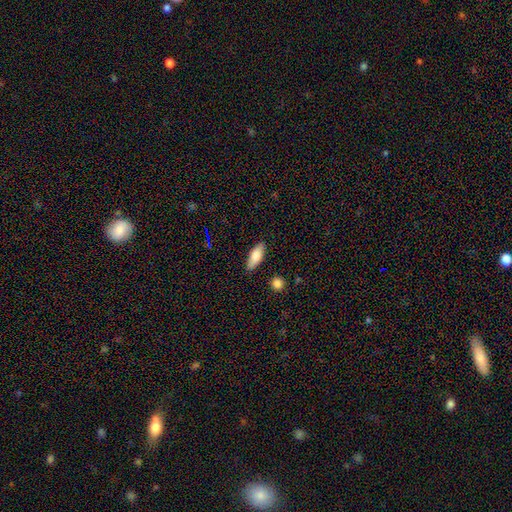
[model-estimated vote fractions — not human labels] smooth 78%, featured or disk 16%, star or artifact 7%. Down the decision tree: how rounded — in between (73%); merging — none (86%).